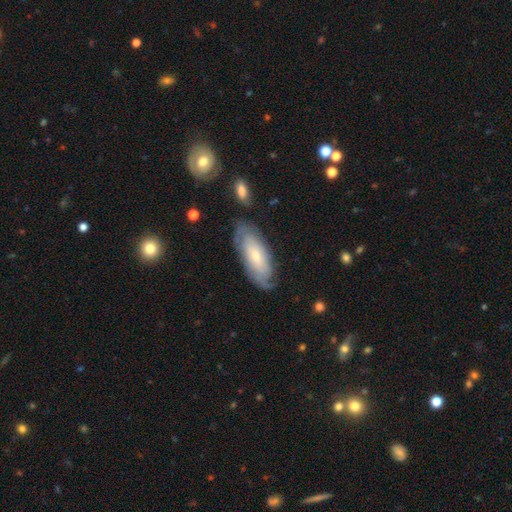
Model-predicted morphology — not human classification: This is possibly a featured or disk galaxy (54%). It is clearly not viewed edge-on (84%). Merging: likely none (75%).